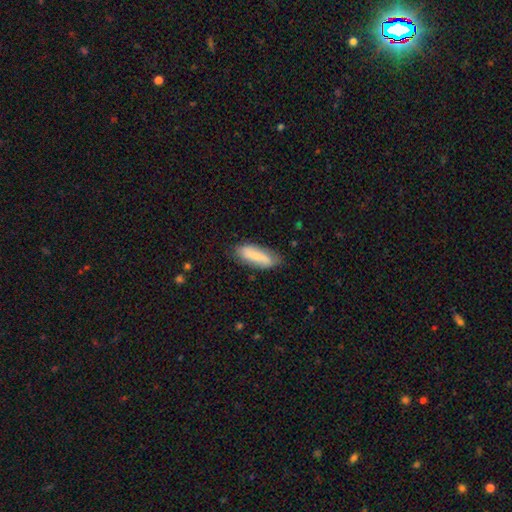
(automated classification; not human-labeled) This appears to be a smooth galaxy with no disk features (68%) that is in between round and cigar-shaped (62%). Merging: none (74%).